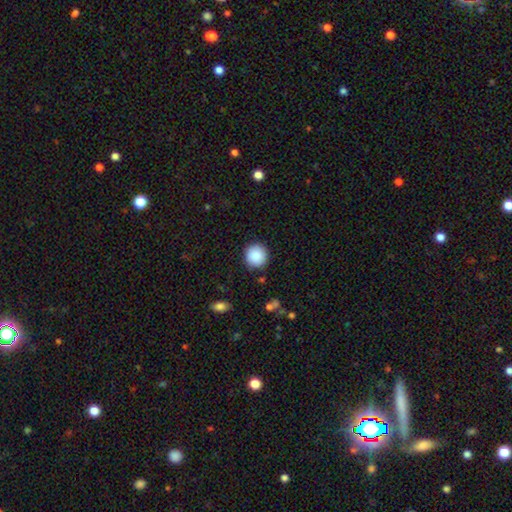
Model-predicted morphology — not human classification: smooth-or-featured: smooth: 88% | star or artifact: 8% | featured or disk: 4%
  how-rounded: round: 94% | in between: 5% | cigar-shaped: 1%
  merging: none: 89% | minor disturbance: 7% | major disturbance: 2% | merger: 1%